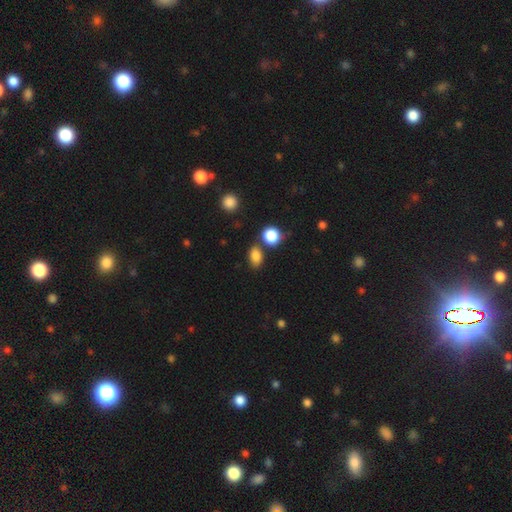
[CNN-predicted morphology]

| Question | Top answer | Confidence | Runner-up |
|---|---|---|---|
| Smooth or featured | smooth | 84% | star or artifact (11%) |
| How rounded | in between | 76% | round (22%) |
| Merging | none | 71% | minor disturbance (13%) |